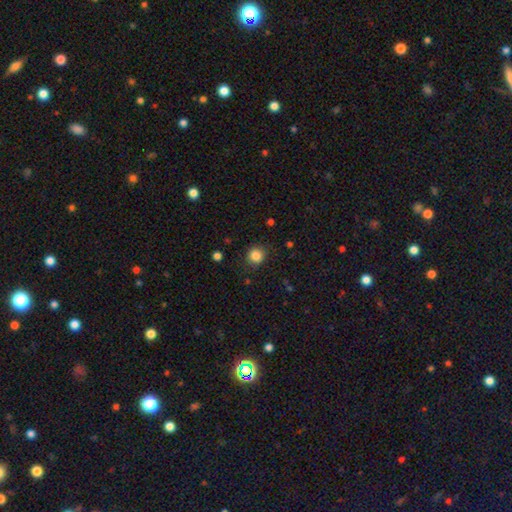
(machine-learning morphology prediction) A smooth galaxy with no disk features (85%) that is round (89%). Merging: none (85%).